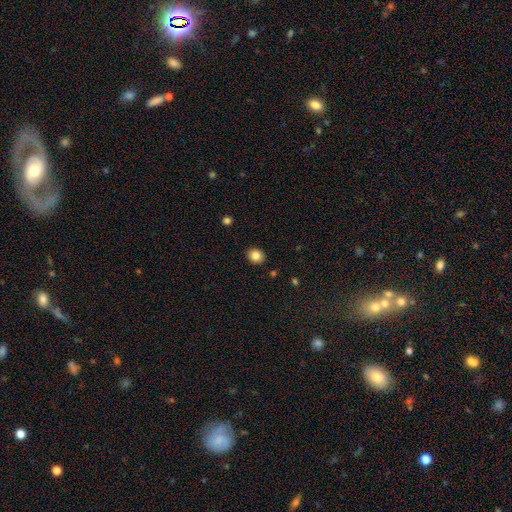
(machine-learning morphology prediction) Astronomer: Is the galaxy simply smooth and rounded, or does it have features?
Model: smooth — 84%.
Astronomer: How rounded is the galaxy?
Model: round — 71%.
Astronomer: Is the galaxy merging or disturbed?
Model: none — 90%.